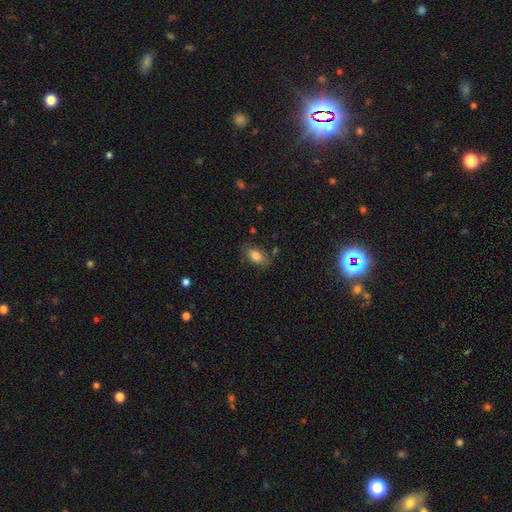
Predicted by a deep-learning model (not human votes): Smooth or featured?
  - smooth: 81% *
  - featured or disk: 11%
  - star or artifact: 8%
How rounded?
  - in between: 90% *
  - round: 7%
  - cigar-shaped: 3%
Merging?
  - none: 77% *
  - minor disturbance: 16%
  - major disturbance: 4%
  - merger: 3%